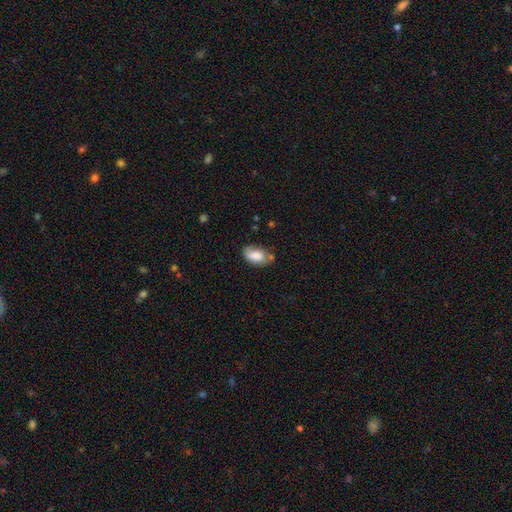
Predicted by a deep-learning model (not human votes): Smooth or featured? Predicted: smooth (p=0.79). How rounded? Predicted: in between (p=0.91). Merging? Predicted: none (p=0.52).